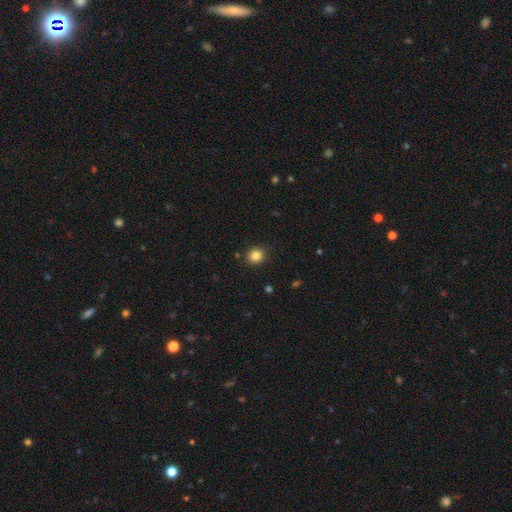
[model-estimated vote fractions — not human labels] A smooth galaxy with no disk features (84%) that is round (87%).

Vote fractions:
- Smooth or featured? smooth: 84% / star or artifact: 12% / featured or disk: 5%
- How rounded? round: 87% / in between: 12% / cigar-shaped: 1%
- Merging? none: 91% / minor disturbance: 6% / major disturbance: 2% / merger: 1%